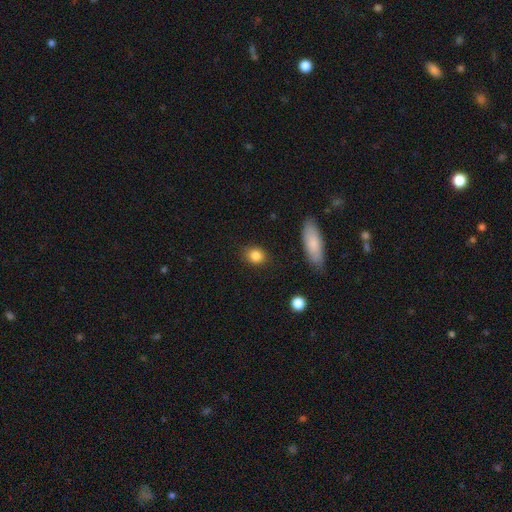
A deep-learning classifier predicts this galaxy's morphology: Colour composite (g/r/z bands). It shows a smooth galaxy with no disk features (86%) that is round (61%). Merging: none (86%).